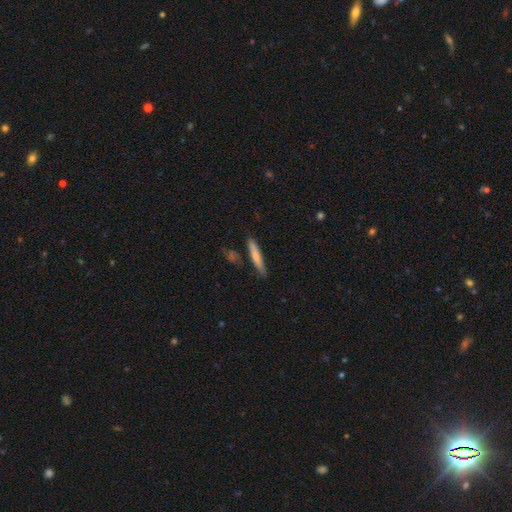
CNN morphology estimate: Overall: smooth (69%). How rounded: cigar-shaped (92%). Merging: none (81%).